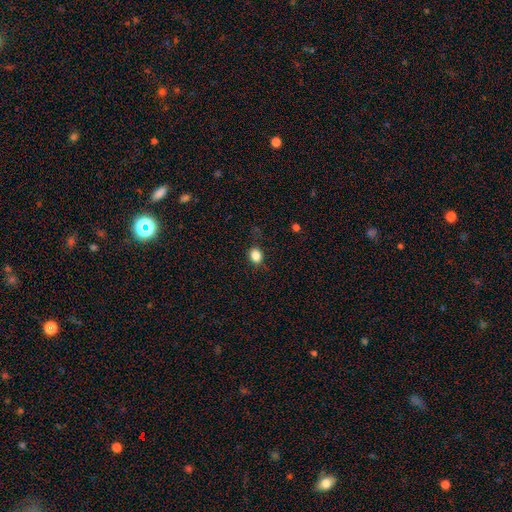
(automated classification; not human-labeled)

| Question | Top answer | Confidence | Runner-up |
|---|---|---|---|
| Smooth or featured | smooth | 84% | star or artifact (11%) |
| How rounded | round | 58% | in between (41%) |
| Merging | none | 81% | minor disturbance (14%) |